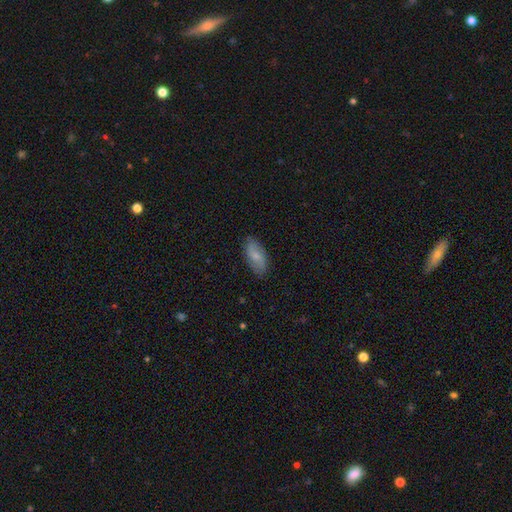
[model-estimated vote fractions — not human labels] This is possibly a smooth galaxy (55%). How rounded: clearly in between (89%). Merging: clearly none (83%).